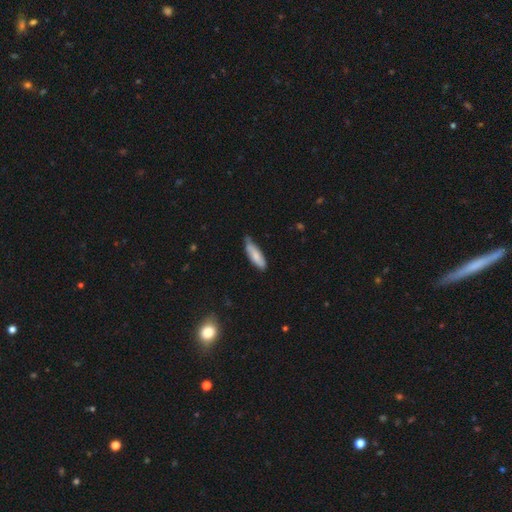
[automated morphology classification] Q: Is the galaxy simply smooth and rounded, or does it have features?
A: smooth — 76%.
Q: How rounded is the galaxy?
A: cigar-shaped — 51%.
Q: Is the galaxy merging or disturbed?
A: none — 56%.